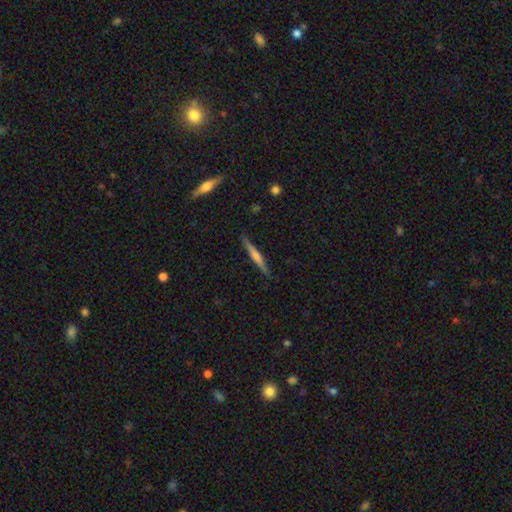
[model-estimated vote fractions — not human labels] smooth-or-featured: featured or disk: 63% | smooth: 31% | star or artifact: 6%
  disk-edge-on: yes: 98% | no: 2%
    edge-on-bulge: rounded: 62% | none: 25% | boxy: 13%
  merging: none: 90% | minor disturbance: 7% | major disturbance: 1% | merger: 1%